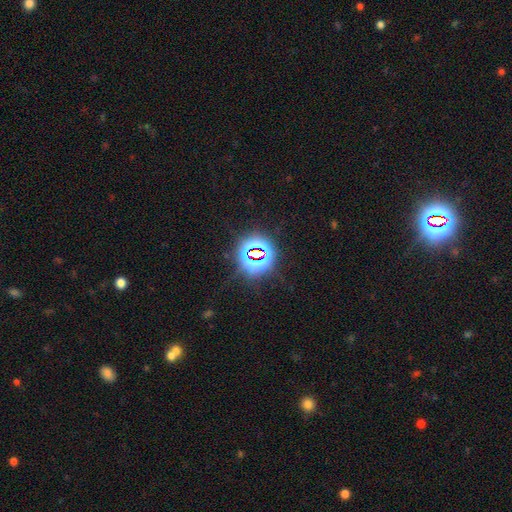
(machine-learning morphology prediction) This appears to be a star or artifact, not a galaxy (77%).